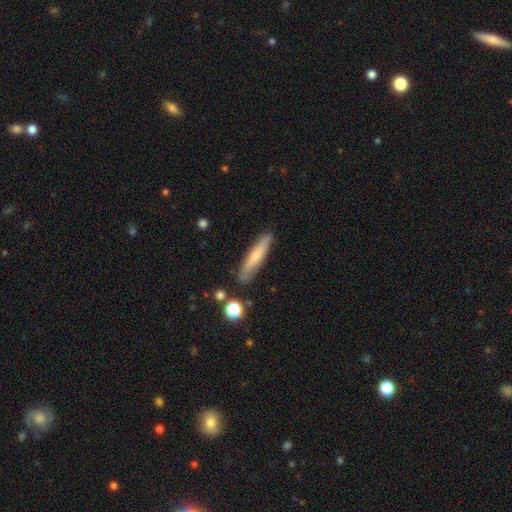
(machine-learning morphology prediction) This is possibly a smooth galaxy (55%). How rounded: clearly cigar-shaped (86%). Merging: clearly none (84%).